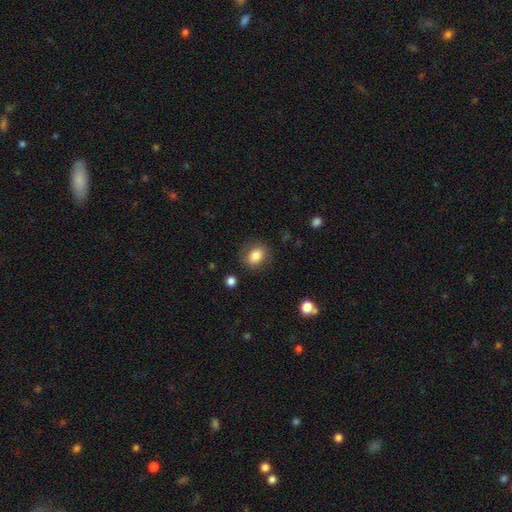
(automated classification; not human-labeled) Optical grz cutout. It shows a smooth galaxy with no disk features (81%) that is in between round and cigar-shaped (57%). Merging: none (79%).